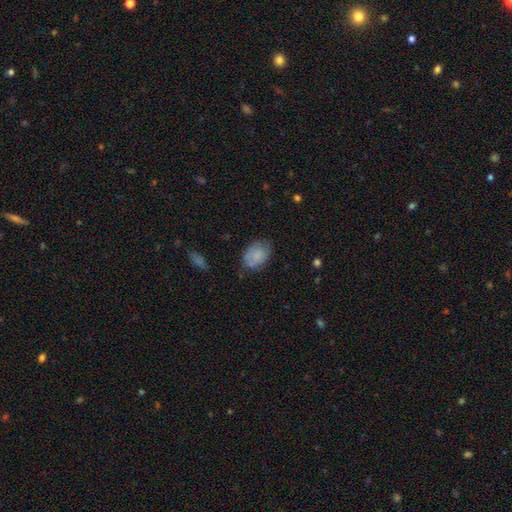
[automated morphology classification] smooth 77%, featured or disk 15%, star or artifact 8%. Down the decision tree: how rounded — in between (79%); merging — none (66%).